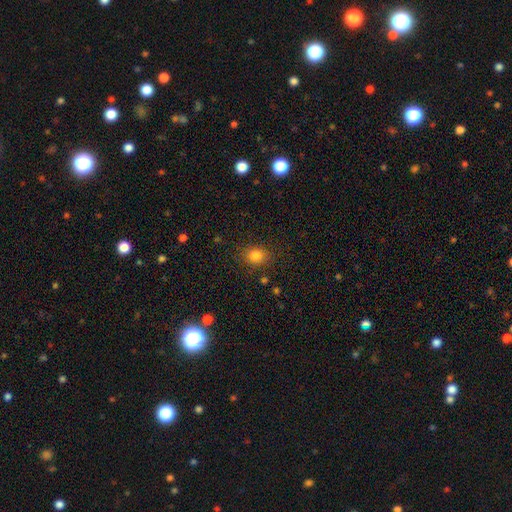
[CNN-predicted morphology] Smooth or featured: smooth — 83% (star or artifact — 11%)
How rounded: round — 54% (in between — 45%)
Merging: none — 84% (minor disturbance — 11%)